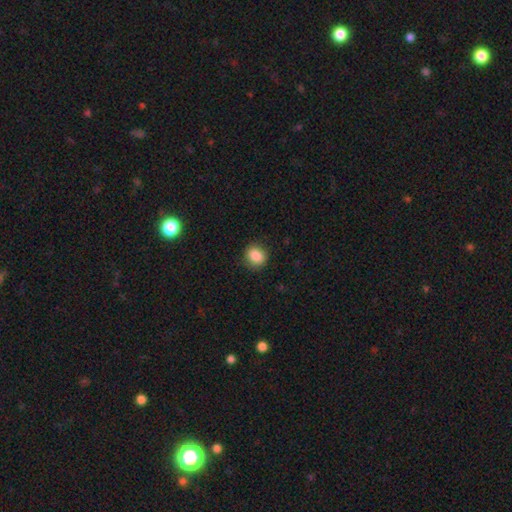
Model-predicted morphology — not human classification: This is clearly a smooth galaxy (87%). How rounded: likely round (64%). Merging: clearly none (85%).